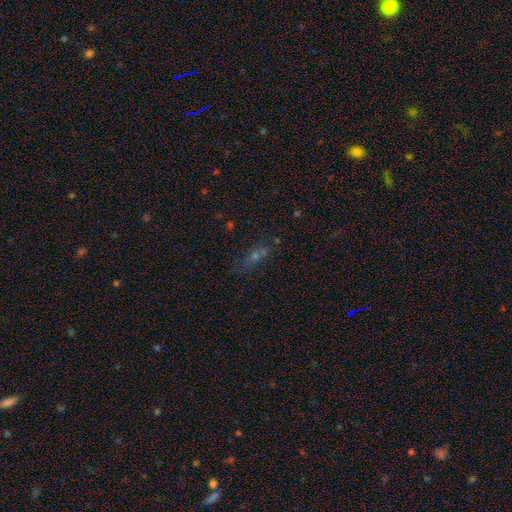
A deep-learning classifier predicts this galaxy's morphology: Smooth or featured: star or artifact — 36% (tied with smooth — 36%)